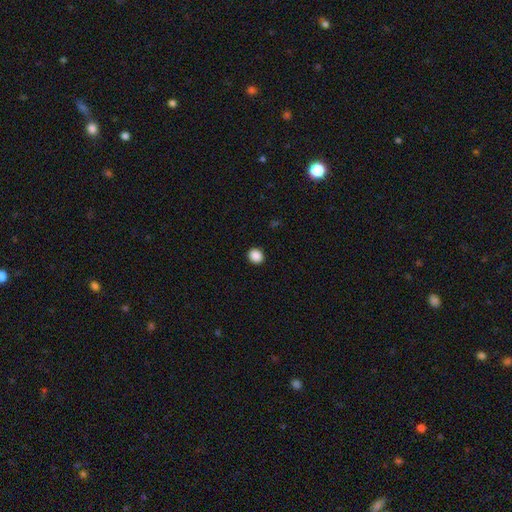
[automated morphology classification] Overall: smooth (89%). How rounded: round (80%). Merging: none (92%).